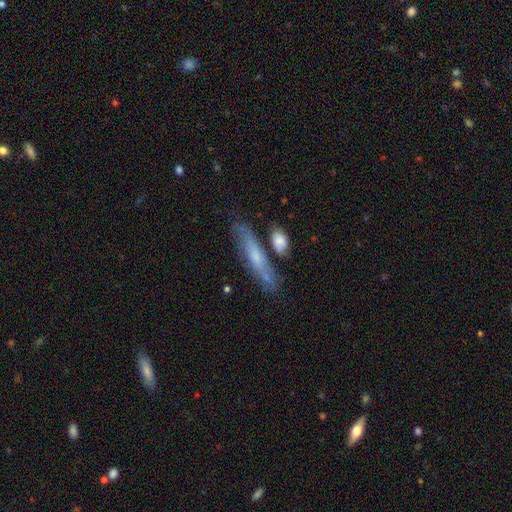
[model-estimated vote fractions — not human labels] smooth 49%, featured or disk 43%, star or artifact 7%. Down the decision tree: merging — none (66%).